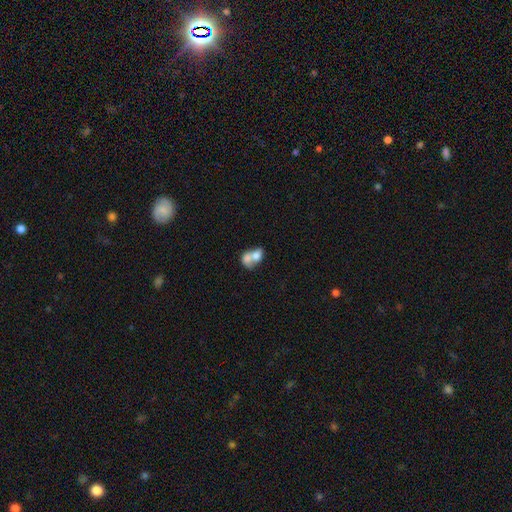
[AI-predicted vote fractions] smooth-or-featured: smooth: 68% | featured or disk: 24% | star or artifact: 8%
  how-rounded: in between: 65% | round: 34% | cigar-shaped: 1%
  merging: merger: 76% | none: 13% | minor disturbance: 6% | major disturbance: 5%